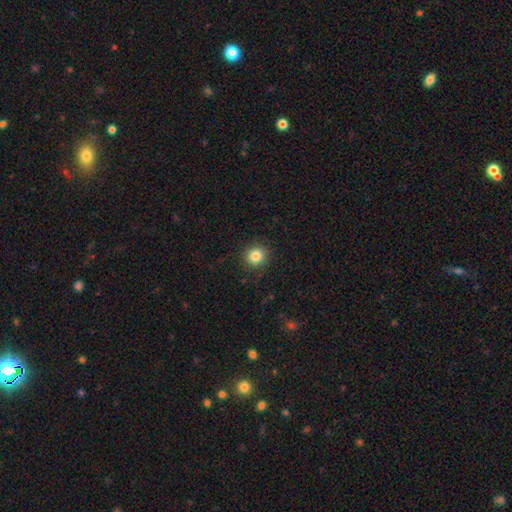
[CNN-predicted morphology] Smooth or featured?
  - smooth: 84% *
  - star or artifact: 11%
  - featured or disk: 5%
How rounded?
  - round: 92% *
  - in between: 7%
  - cigar-shaped: 1%
Merging?
  - none: 91% *
  - minor disturbance: 6%
  - major disturbance: 2%
  - merger: 1%